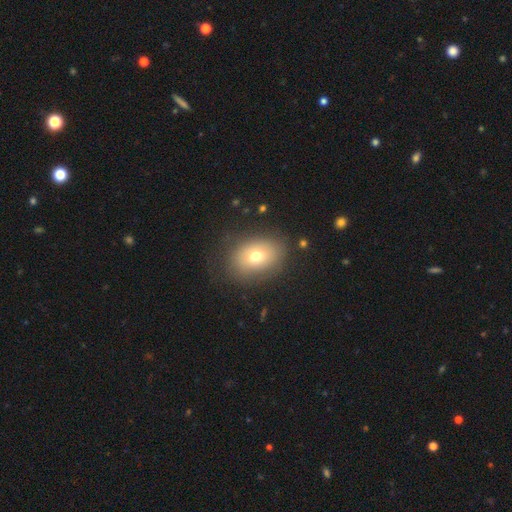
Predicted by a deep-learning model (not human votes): This is likely a smooth galaxy (71%). How rounded: likely in between (71%). Merging: likely none (78%).